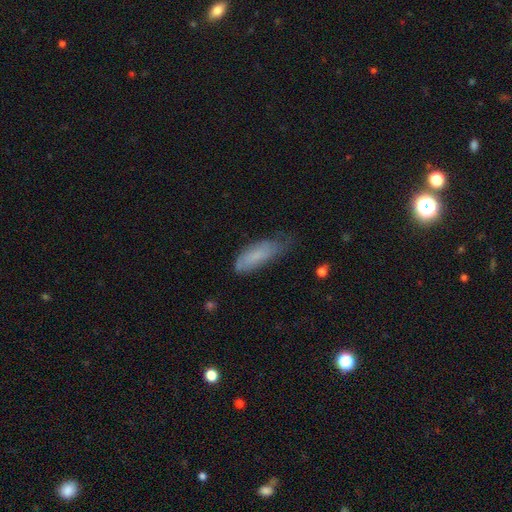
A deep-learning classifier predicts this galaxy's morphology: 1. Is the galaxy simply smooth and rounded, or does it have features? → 72% smooth, 20% featured or disk, 8% star or artifact.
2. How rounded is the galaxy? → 60% in between, 38% cigar-shaped, 2% round.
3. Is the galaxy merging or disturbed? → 43% none, 40% minor disturbance, 15% major disturbance, 2% merger.